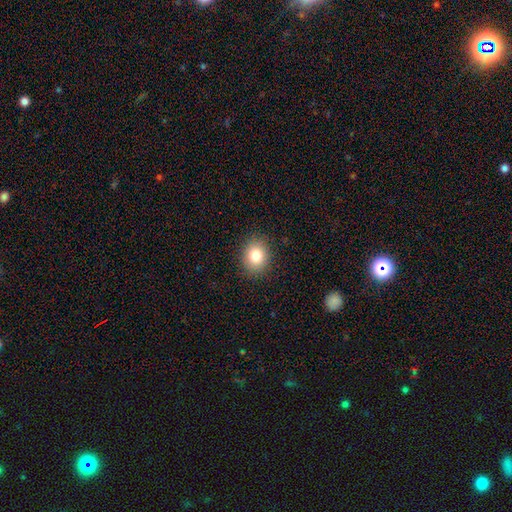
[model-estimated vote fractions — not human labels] Q: Smooth or featured?
A: smooth (82%); runner-up: star or artifact (11%)
Q: How rounded?
A: round (58%); runner-up: in between (41%)
Q: Merging?
A: none (89%); runner-up: minor disturbance (7%)